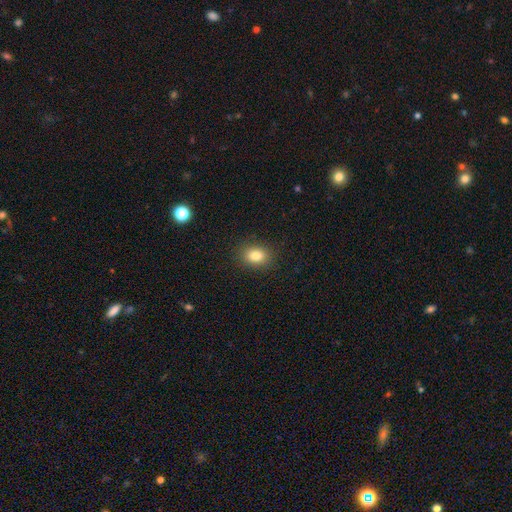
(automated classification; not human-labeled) Smooth or featured? Predicted: smooth (p=0.83). How rounded? Predicted: in between (p=0.65). Merging? Predicted: none (p=0.88).